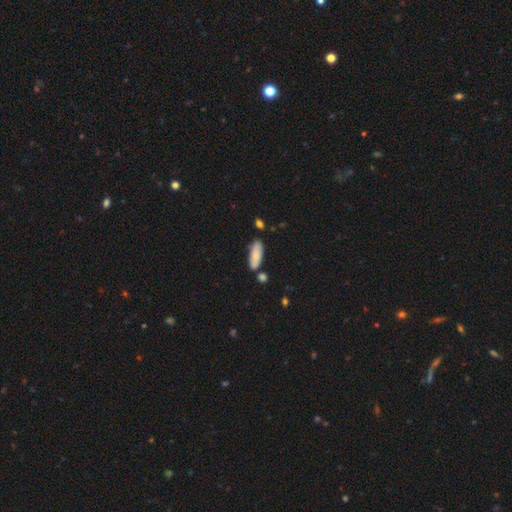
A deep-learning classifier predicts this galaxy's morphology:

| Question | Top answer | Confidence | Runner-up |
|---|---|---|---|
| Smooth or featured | smooth | 81% | featured or disk (12%) |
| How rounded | in between | 66% | cigar-shaped (32%) |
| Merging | none | 74% | minor disturbance (15%) |